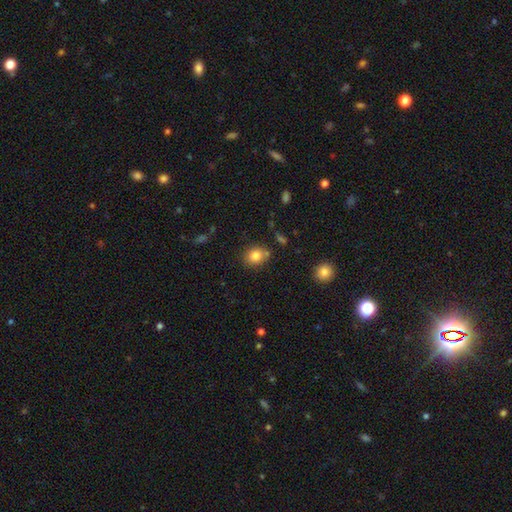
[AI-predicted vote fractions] smooth-or-featured: smooth: 82% | star or artifact: 10% | featured or disk: 8%
  how-rounded: round: 68% | in between: 31% | cigar-shaped: 1%
  merging: none: 75% | minor disturbance: 13% | merger: 9% | major disturbance: 3%